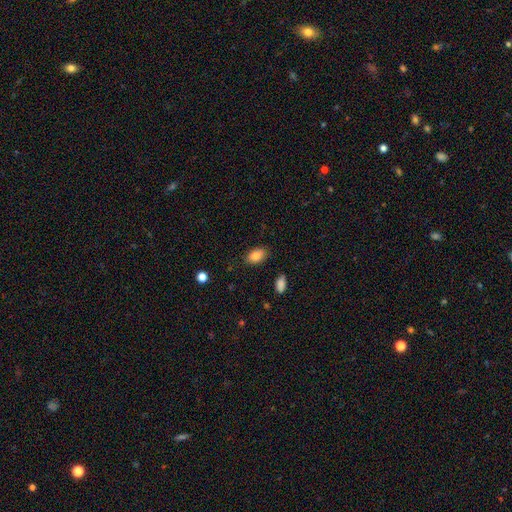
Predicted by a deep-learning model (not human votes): Overall: smooth (85%). How rounded: in between (91%). Merging: none (85%).